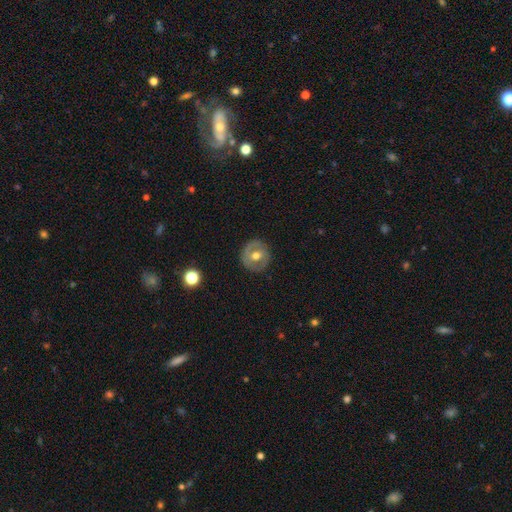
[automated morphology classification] The model was most divided on "smooth or featured": featured or disk: 50%, smooth: 43%, star or artifact: 7%. More confident: edge-on disk — no (96%); merging — none (85%).